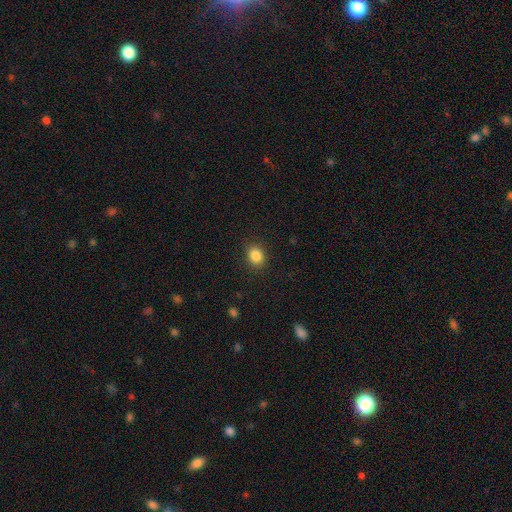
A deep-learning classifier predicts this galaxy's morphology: Q: Smooth or featured?
A: smooth (86%); runner-up: star or artifact (10%)
Q: How rounded?
A: round (50%); runner-up: in between (49%)
Q: Merging?
A: none (88%); runner-up: minor disturbance (8%)